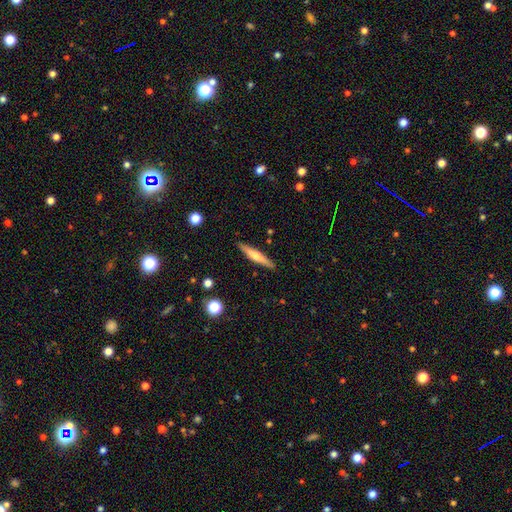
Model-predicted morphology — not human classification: The model was most divided on "smooth or featured": smooth: 57%, featured or disk: 37%, star or artifact: 6%. More confident: how rounded — cigar-shaped (91%); merging — none (90%).